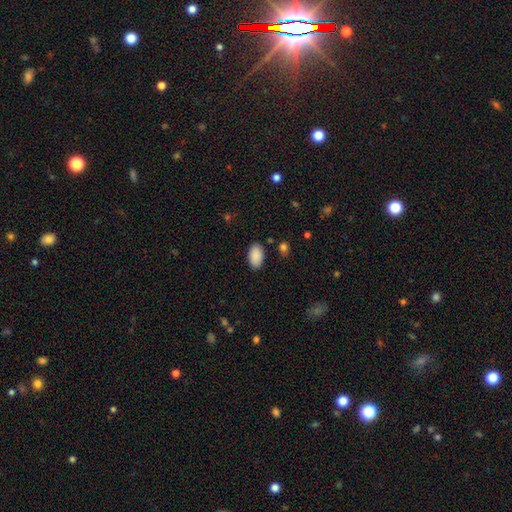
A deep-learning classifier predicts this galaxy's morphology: Q: Smooth or featured?
A: smooth (90%); runner-up: star or artifact (7%)
Q: How rounded?
A: in between (95%); runner-up: round (4%)
Q: Merging?
A: none (87%); runner-up: minor disturbance (9%)